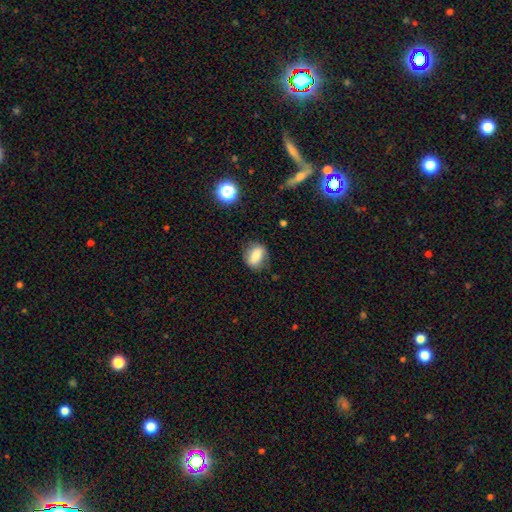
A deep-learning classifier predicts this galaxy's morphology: Q: Smooth or featured?
A: smooth (73%); runner-up: featured or disk (17%)
Q: How rounded?
A: in between (61%); runner-up: round (37%)
Q: Merging?
A: none (76%); runner-up: minor disturbance (18%)